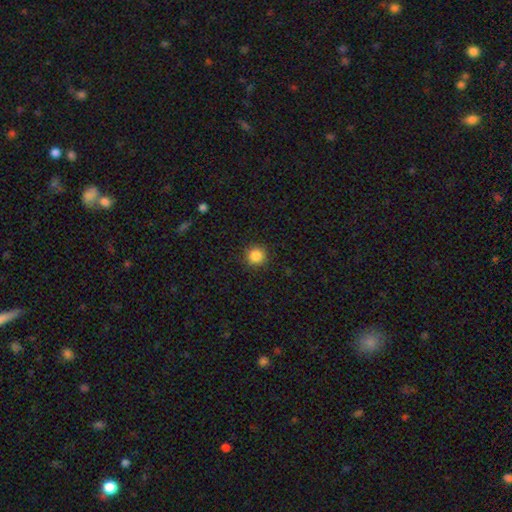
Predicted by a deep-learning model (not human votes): smooth-or-featured: smooth: 85% | star or artifact: 11% | featured or disk: 4%
  how-rounded: round: 94% | in between: 5% | cigar-shaped: 1%
  merging: none: 90% | minor disturbance: 7% | major disturbance: 2% | merger: 1%